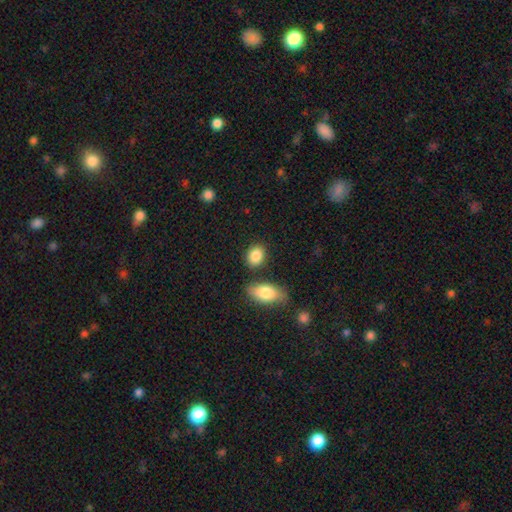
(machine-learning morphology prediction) Smooth or featured?
  - smooth: 86% *
  - star or artifact: 7%
  - featured or disk: 6%
How rounded?
  - in between: 68% *
  - round: 31%
  - cigar-shaped: 2%
Merging?
  - none: 77% *
  - minor disturbance: 11%
  - merger: 9%
  - major disturbance: 3%